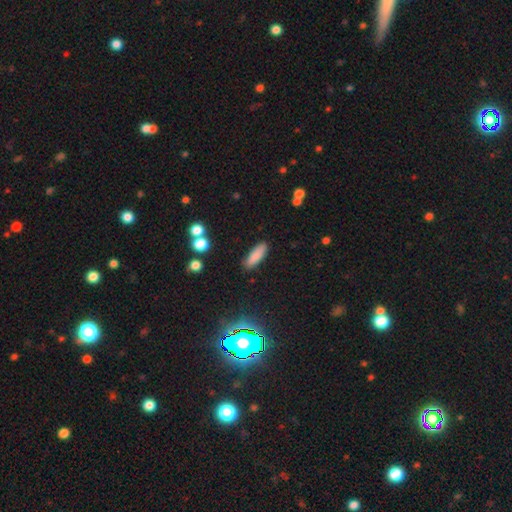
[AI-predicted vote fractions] smooth_or_featured: smooth (p=0.84) [alt: star or artifact p=0.09]
how_rounded: in between (p=0.58) [alt: cigar-shaped p=0.40]
merging: none (p=0.87) [alt: minor disturbance p=0.09]